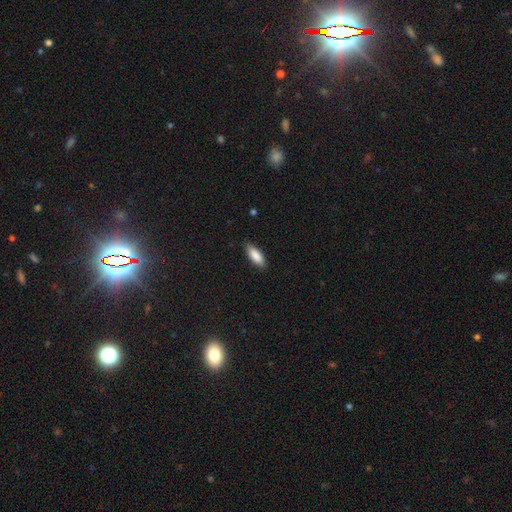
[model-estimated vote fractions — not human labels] Smooth or featured: smooth — 88% (featured or disk — 6%)
How rounded: in between — 70% (cigar-shaped — 29%)
Merging: none — 87% (minor disturbance — 10%)